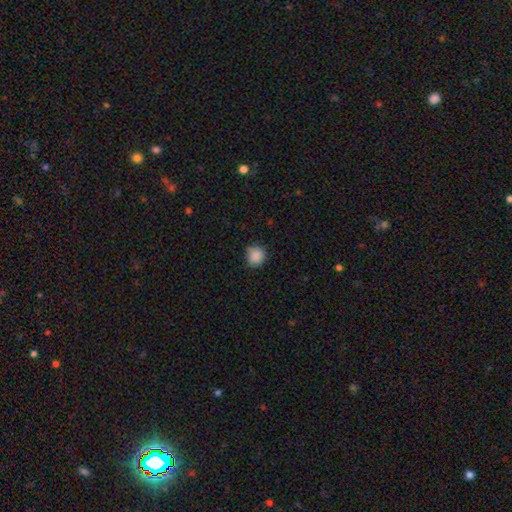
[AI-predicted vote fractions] Q: Smooth or featured?
A: smooth (87%); runner-up: star or artifact (9%)
Q: How rounded?
A: round (86%); runner-up: in between (13%)
Q: Merging?
A: none (79%); runner-up: minor disturbance (16%)